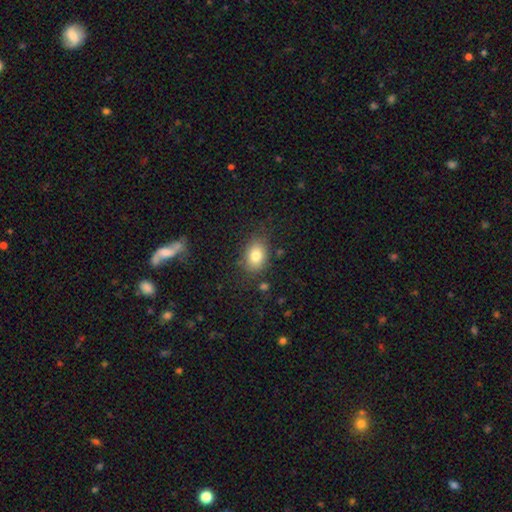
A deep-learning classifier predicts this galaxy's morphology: smooth 81%, featured or disk 10%, star or artifact 10%. Down the decision tree: how rounded — in between (71%); merging — none (78%).